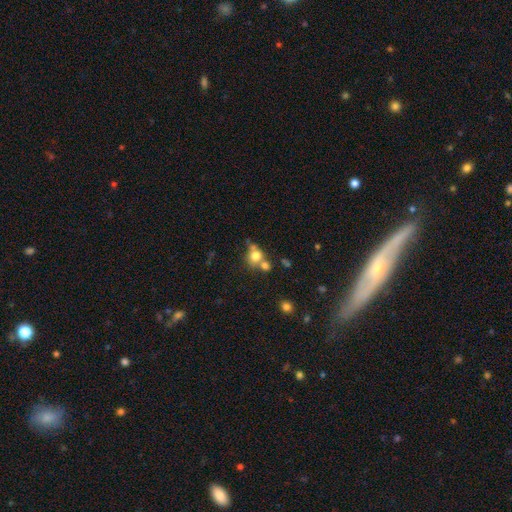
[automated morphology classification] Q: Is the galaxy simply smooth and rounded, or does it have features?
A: smooth — 72%.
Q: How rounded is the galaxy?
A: round — 72%.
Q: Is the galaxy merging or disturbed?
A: merger — 43%.